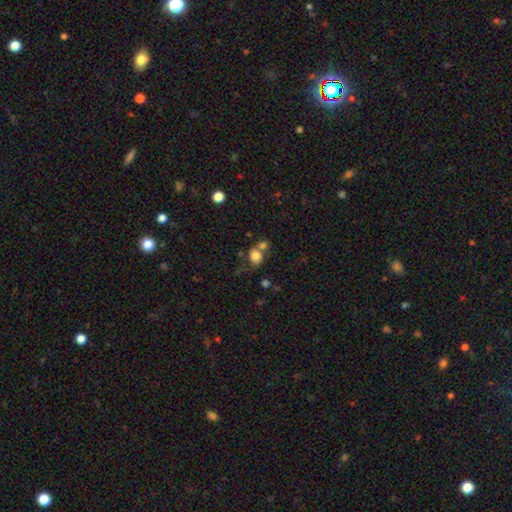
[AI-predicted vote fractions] Smooth or featured? smooth (77%)
How rounded? round (67%)
Merging? merger (43%)